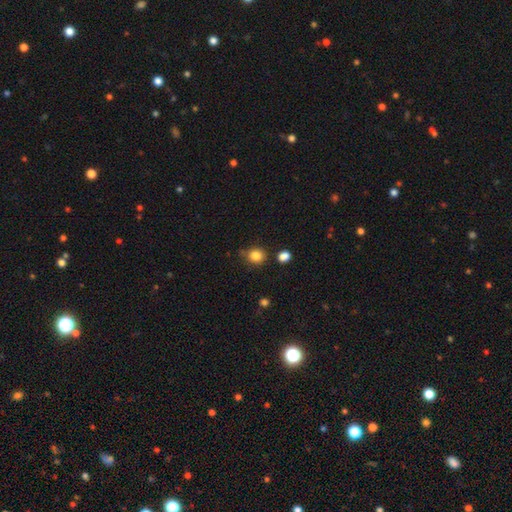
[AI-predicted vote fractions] smooth 84%, star or artifact 11%, featured or disk 5%. Down the decision tree: how rounded — round (79%); merging — none (76%).